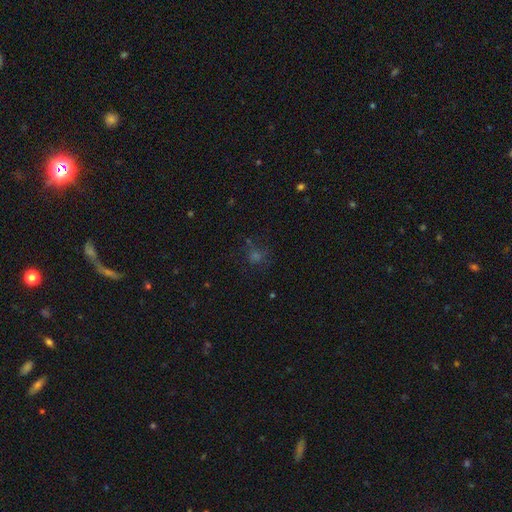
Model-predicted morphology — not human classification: smooth_or_featured: smooth (p=0.43) [tied with: star or artifact p=0.43]
merging: none (p=0.72) [alt: minor disturbance p=0.14]